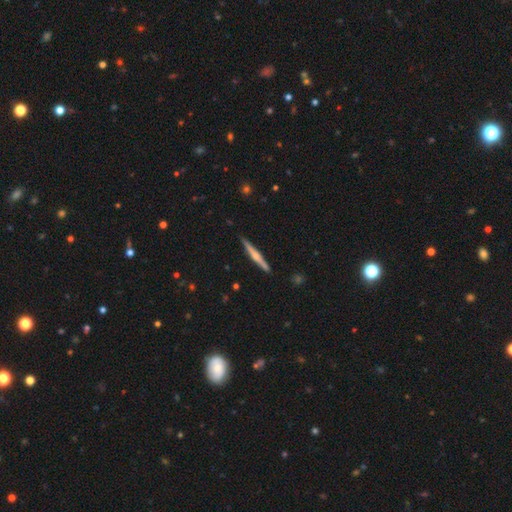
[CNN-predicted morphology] smooth_or_featured: featured or disk (p=0.61) [alt: smooth p=0.33]
disk_edge_on: yes (p=0.98) [alt: no p=0.02]
edge_on_bulge: rounded (p=0.69) [alt: none p=0.20]
merging: none (p=0.89) [alt: minor disturbance p=0.09]